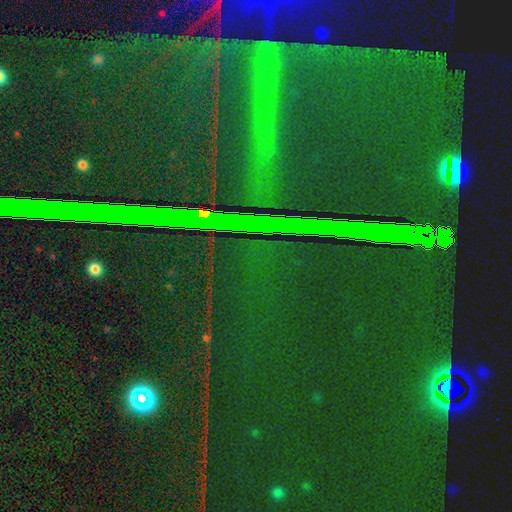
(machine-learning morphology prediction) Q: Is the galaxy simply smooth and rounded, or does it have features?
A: star or artifact — 89%.